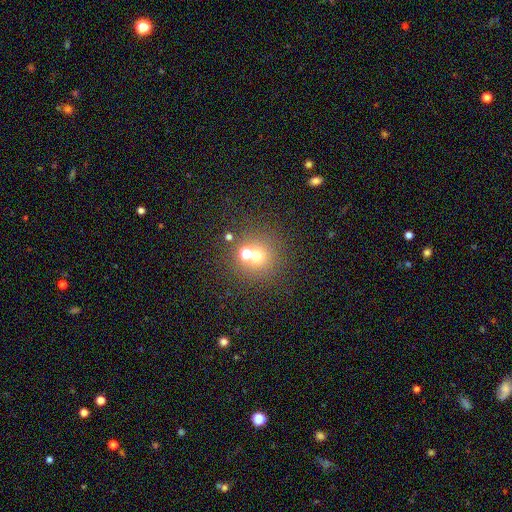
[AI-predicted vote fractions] smooth-or-featured: smooth: 59% | star or artifact: 24% | featured or disk: 17%
  how-rounded: round: 90% | in between: 9% | cigar-shaped: 1%
  merging: none: 54% | merger: 34% | minor disturbance: 7% | major disturbance: 4%